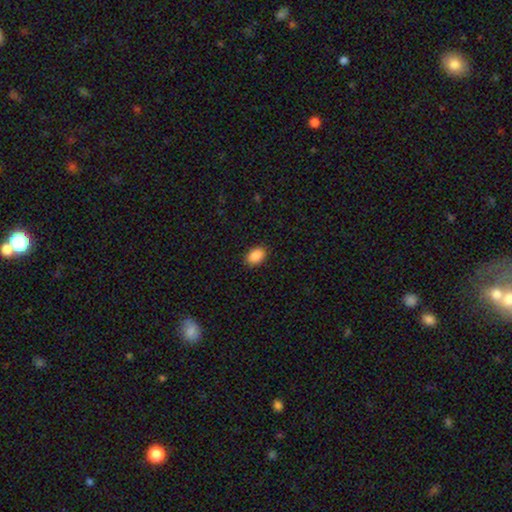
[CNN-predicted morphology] The model was most divided on "how rounded": in between: 85%, round: 14%, cigar-shaped: 1%. More confident: smooth or featured — smooth (90%); merging — none (89%).